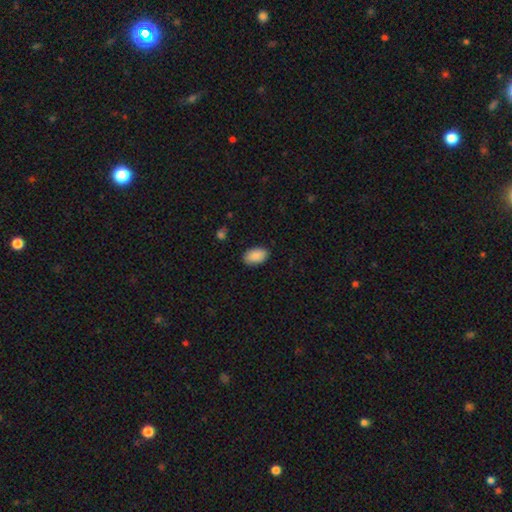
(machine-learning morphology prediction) The model was most divided on "merging": none: 88%, minor disturbance: 9%, major disturbance: 2%, merger: 1%. More confident: how rounded — in between (93%); smooth or featured — smooth (90%).